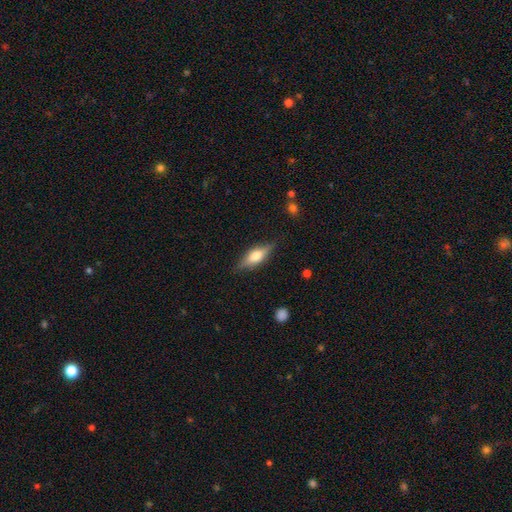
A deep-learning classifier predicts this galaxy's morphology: This is possibly a smooth galaxy (48%). Merging: clearly none (83%).